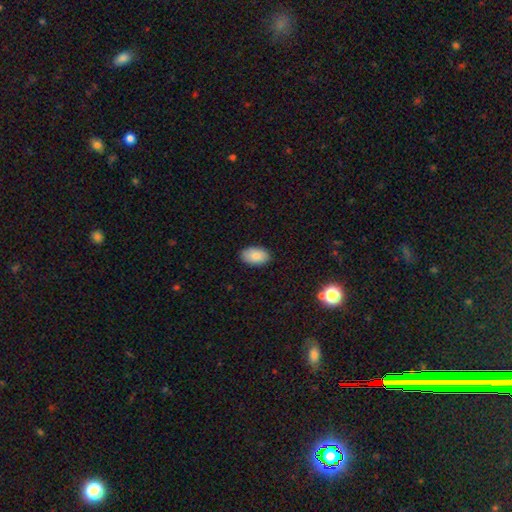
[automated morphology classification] Q: Smooth or featured?
A: smooth (87%); runner-up: star or artifact (7%)
Q: How rounded?
A: in between (94%); runner-up: round (5%)
Q: Merging?
A: none (87%); runner-up: minor disturbance (10%)